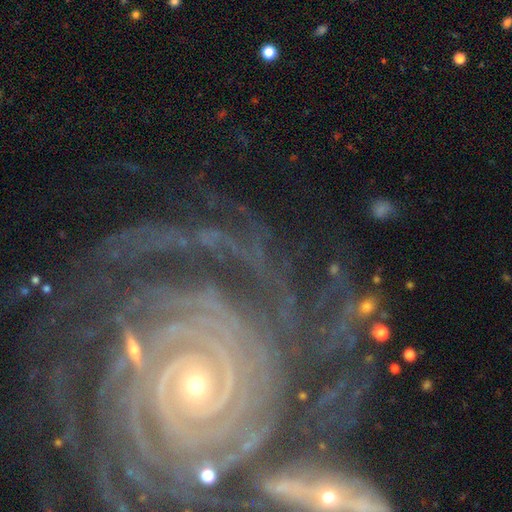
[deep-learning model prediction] Smooth or featured: featured or disk — 88% (star or artifact — 8%)
Edge-on disk: no — 97% (yes — 3%)
Bar: no — 64% (strong — 18%)
Spiral arms: yes — 98% (no — 2%)
Spiral winding: tight — 86% (medium — 12%)
Spiral arm count: more than 4 — 25% (4 — 19%)
Bulge size: small — 74% (moderate — 22%)
Merging: none — 71% (minor disturbance — 15%)